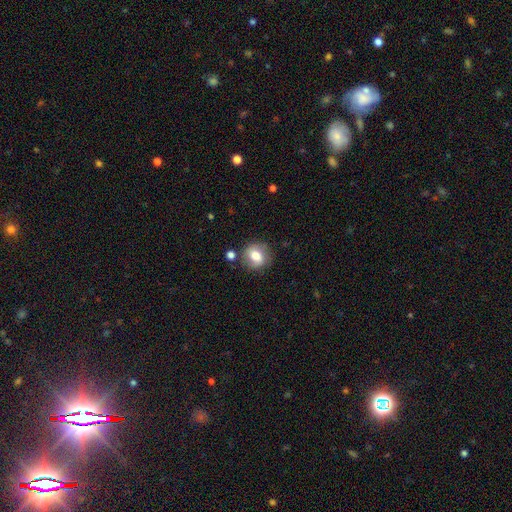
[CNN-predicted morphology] Overall: smooth (71%). How rounded: round (76%). Merging: none (77%).